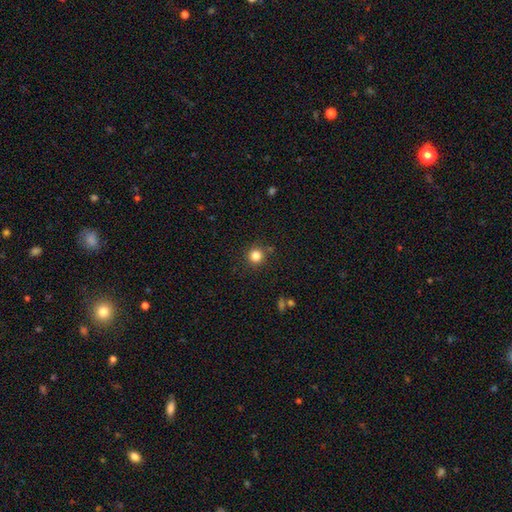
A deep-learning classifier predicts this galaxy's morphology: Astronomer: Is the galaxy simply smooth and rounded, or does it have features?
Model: smooth — 82%.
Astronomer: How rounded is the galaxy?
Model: round — 94%.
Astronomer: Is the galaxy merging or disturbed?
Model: none — 87%.